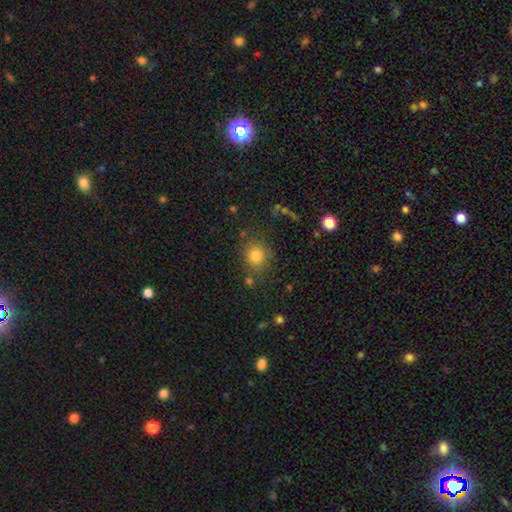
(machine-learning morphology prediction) A smooth galaxy with no disk features (79%) that is round (82%).

Vote fractions:
- Smooth or featured? smooth: 79% / star or artifact: 14% / featured or disk: 7%
- How rounded? round: 82% / in between: 17% / cigar-shaped: 1%
- Merging? none: 78% / minor disturbance: 12% / merger: 5% / major disturbance: 5%